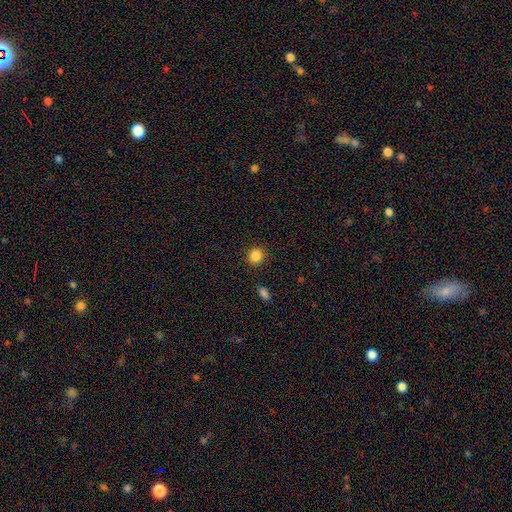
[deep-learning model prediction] Smooth or featured: smooth — 86% (star or artifact — 10%)
How rounded: round — 87% (in between — 12%)
Merging: none — 89% (minor disturbance — 7%)